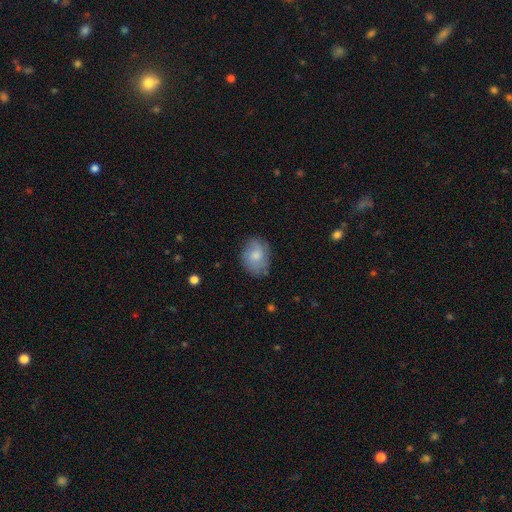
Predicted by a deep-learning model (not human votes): Smooth or featured?
  - smooth: 70% *
  - featured or disk: 23%
  - star or artifact: 7%
How rounded?
  - in between: 60% *
  - round: 38%
  - cigar-shaped: 1%
Merging?
  - none: 74% *
  - minor disturbance: 19%
  - major disturbance: 5%
  - merger: 2%